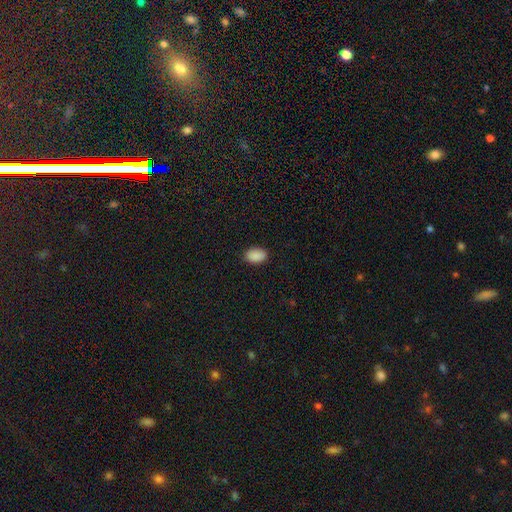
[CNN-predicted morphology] A smooth galaxy with no disk features (90%) that is in between round and cigar-shaped (89%). Merging: none (88%).